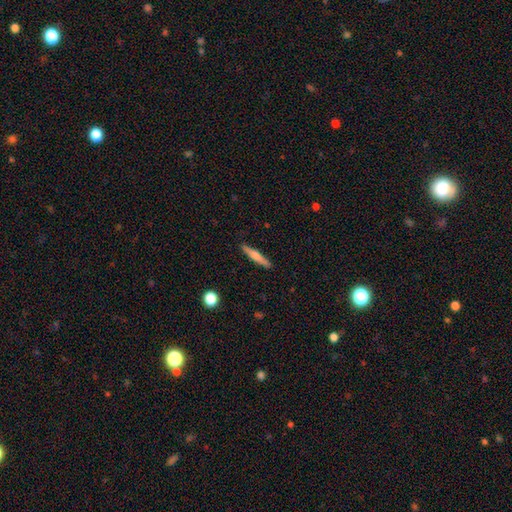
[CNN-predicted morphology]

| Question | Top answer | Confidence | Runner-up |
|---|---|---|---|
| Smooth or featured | smooth | 50% | featured or disk (44%) |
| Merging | none | 90% | minor disturbance (7%) |